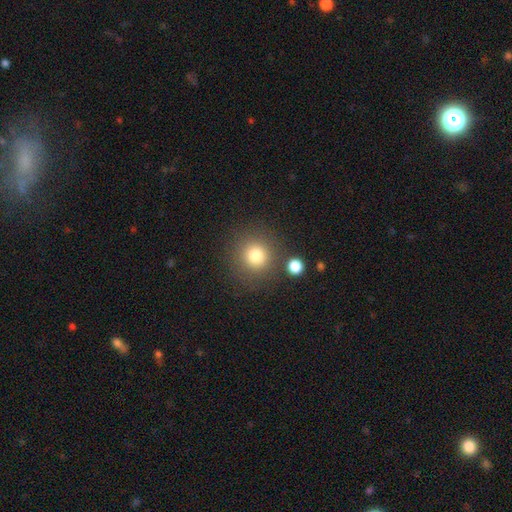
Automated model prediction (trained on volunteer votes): Morphology: type=smooth (79%); roundness=round (92%); merging=none (81%).